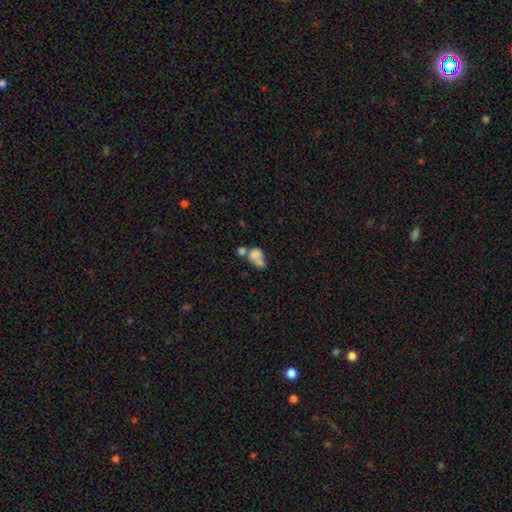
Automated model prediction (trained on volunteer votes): smooth 66%, featured or disk 22%, star or artifact 11%. Down the decision tree: how rounded — in between (60%); merging — merger (64%).